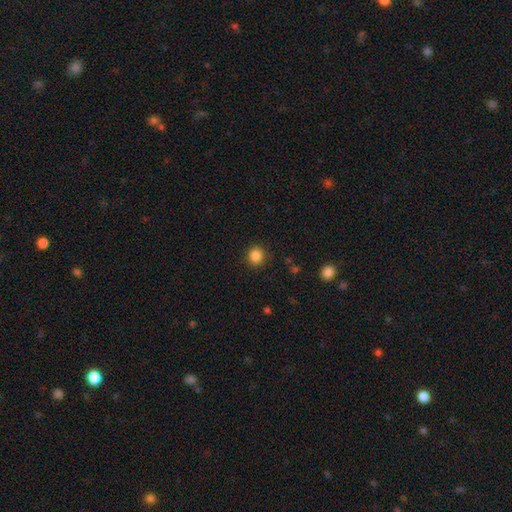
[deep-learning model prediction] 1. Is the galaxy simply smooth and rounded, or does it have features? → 86% smooth, 11% star or artifact, 3% featured or disk.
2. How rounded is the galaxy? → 90% round, 9% in between, 1% cigar-shaped.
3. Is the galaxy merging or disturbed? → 90% none, 7% minor disturbance, 2% major disturbance, 1% merger.